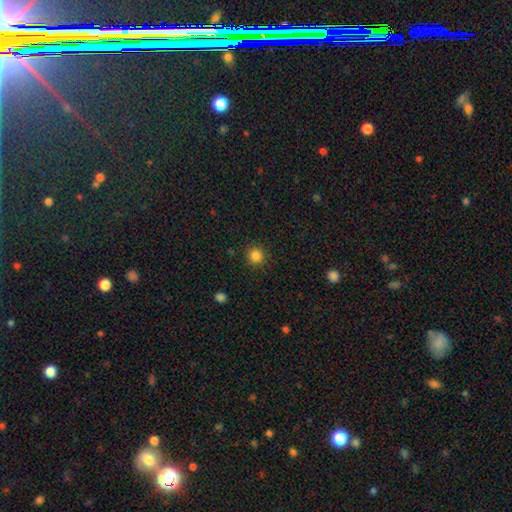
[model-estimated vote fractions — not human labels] smooth-or-featured: smooth: 85% | star or artifact: 12% | featured or disk: 3%
  how-rounded: round: 94% | in between: 5% | cigar-shaped: 1%
  merging: none: 91% | minor disturbance: 6% | major disturbance: 2% | merger: 1%